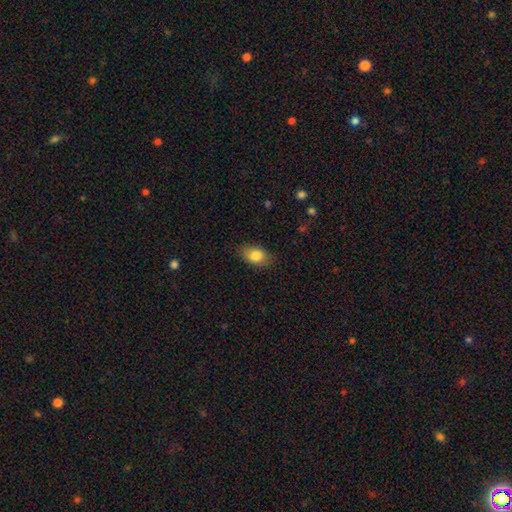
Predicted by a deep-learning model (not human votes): The model was most divided on "how rounded": in between: 84%, round: 14%, cigar-shaped: 2%. More confident: merging — none (84%); smooth or featured — smooth (83%).